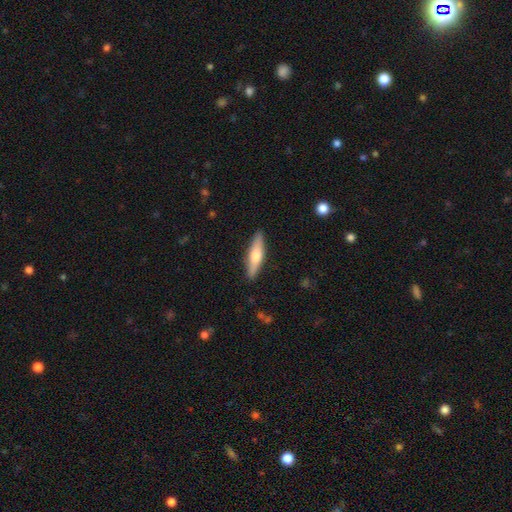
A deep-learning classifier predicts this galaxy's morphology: Overall: smooth (57%; featured or disk 38%). How rounded: cigar-shaped (72%). Merging: none (89%).